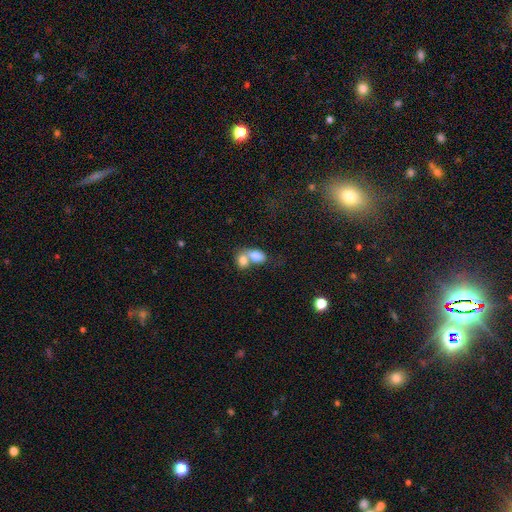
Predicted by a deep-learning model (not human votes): Smooth or featured?
  - smooth: 74% *
  - featured or disk: 18%
  - star or artifact: 8%
How rounded?
  - in between: 64% *
  - round: 35%
  - cigar-shaped: 1%
Merging?
  - merger: 75% *
  - none: 16%
  - minor disturbance: 5%
  - major disturbance: 3%